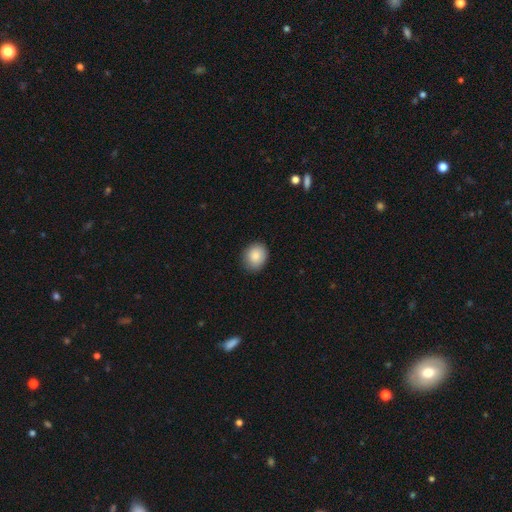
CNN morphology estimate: This is clearly a smooth galaxy (86%). How rounded: likely round (65%). Merging: clearly none (86%).